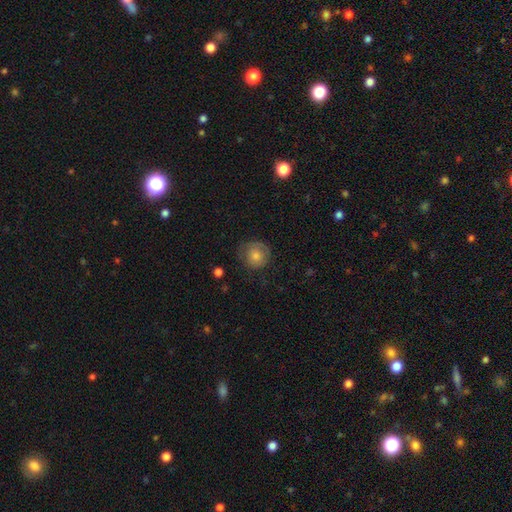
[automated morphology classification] A smooth galaxy with no disk features (65%) that is round (91%).

Vote fractions:
- Smooth or featured? smooth: 65% / featured or disk: 24% / star or artifact: 11%
- How rounded? round: 91% / in between: 8% / cigar-shaped: 1%
- Merging? none: 75% / minor disturbance: 17% / major disturbance: 7% / merger: 1%